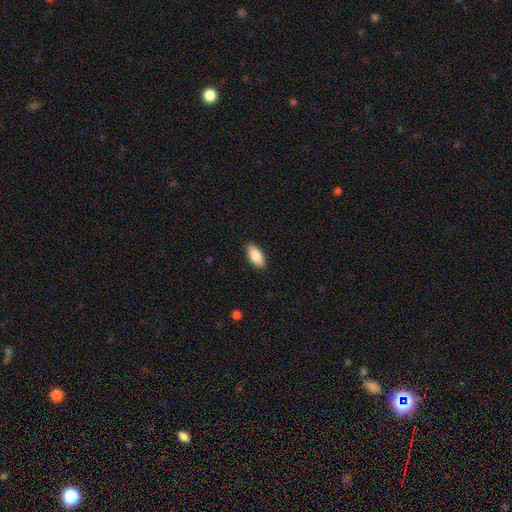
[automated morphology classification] type=smooth (83%); roundness=in between (88%); merging=none (89%).